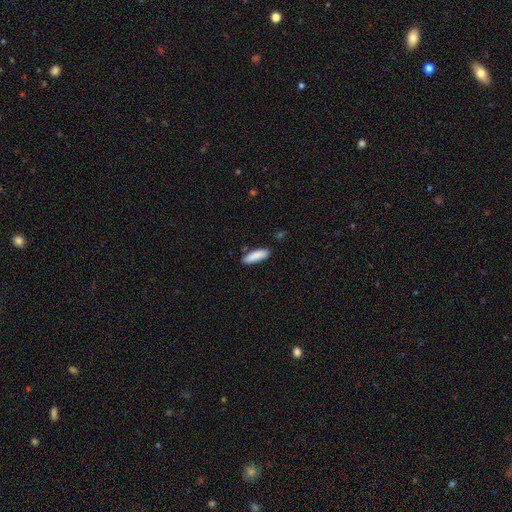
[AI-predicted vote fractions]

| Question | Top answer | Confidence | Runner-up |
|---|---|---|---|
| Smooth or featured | smooth | 88% | featured or disk (6%) |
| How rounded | cigar-shaped | 54% | in between (45%) |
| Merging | none | 83% | minor disturbance (12%) |